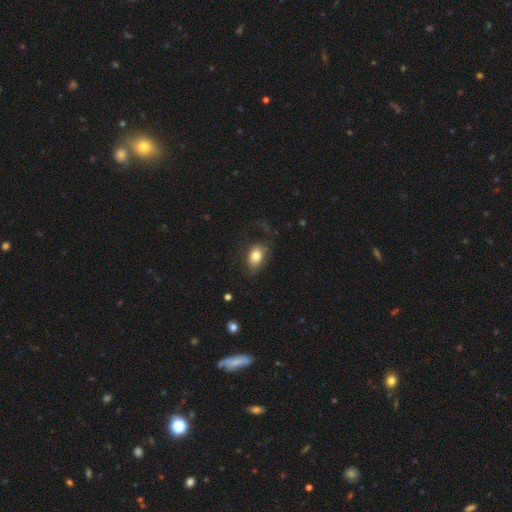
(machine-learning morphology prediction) Smooth or featured? smooth (76%)
How rounded? in between (76%)
Merging? none (58%)